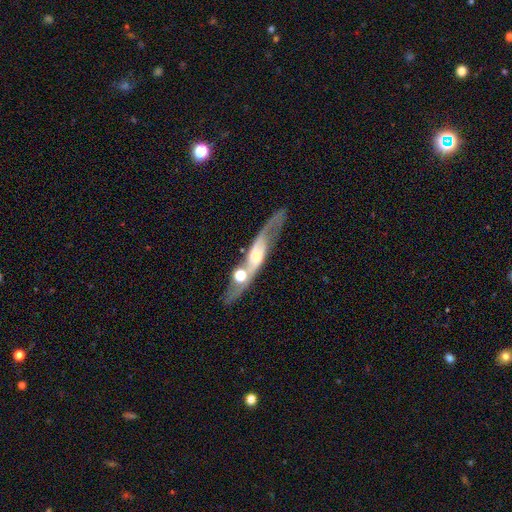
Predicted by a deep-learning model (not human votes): Morphology: type=featured or disk (74%); edge-on=no (53%); merging=none (56%).